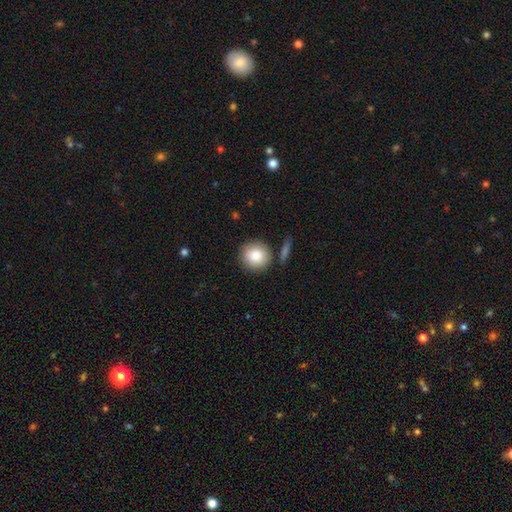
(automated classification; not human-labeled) smooth_or_featured: smooth (p=0.85) [alt: featured or disk p=0.07]
how_rounded: round (p=0.91) [alt: in between p=0.08]
merging: none (p=0.81) [alt: minor disturbance p=0.10]